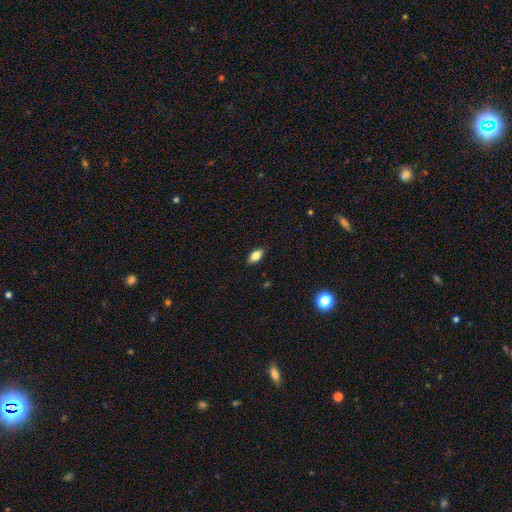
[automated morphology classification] Smooth or featured: smooth — 79% (featured or disk — 12%)
How rounded: in between — 88% (round — 7%)
Merging: none — 88% (minor disturbance — 9%)